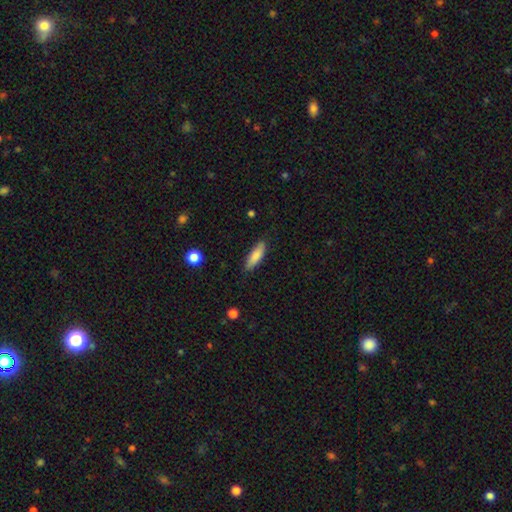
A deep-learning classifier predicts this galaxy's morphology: Smooth or featured? smooth (84%)
How rounded? cigar-shaped (52%)
Merging? none (83%)